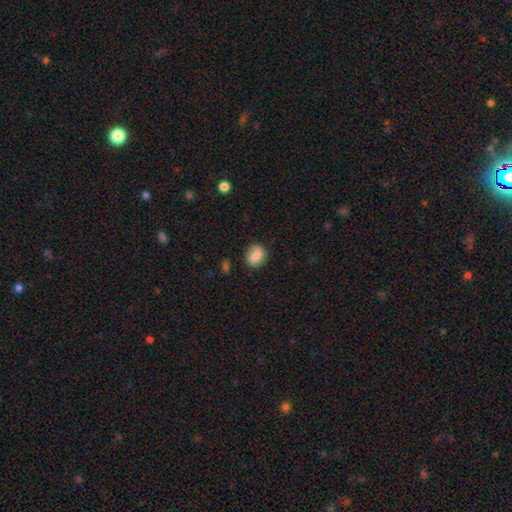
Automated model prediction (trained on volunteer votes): The model was most divided on "how rounded": round: 63%, in between: 36%, cigar-shaped: 1%. More confident: smooth or featured — smooth (83%); merging — none (80%).